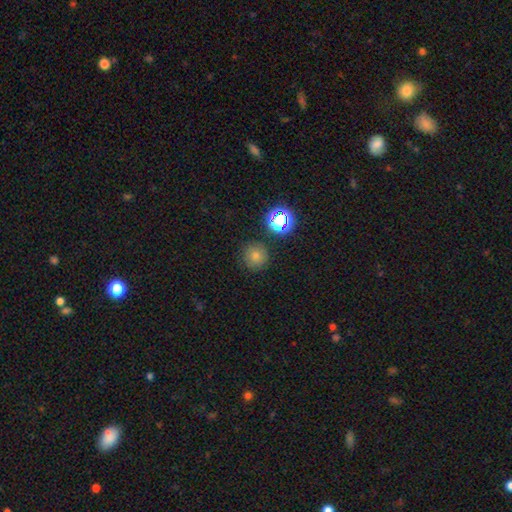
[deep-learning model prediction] Smooth or featured? smooth (67%)
How rounded? round (95%)
Merging? none (87%)